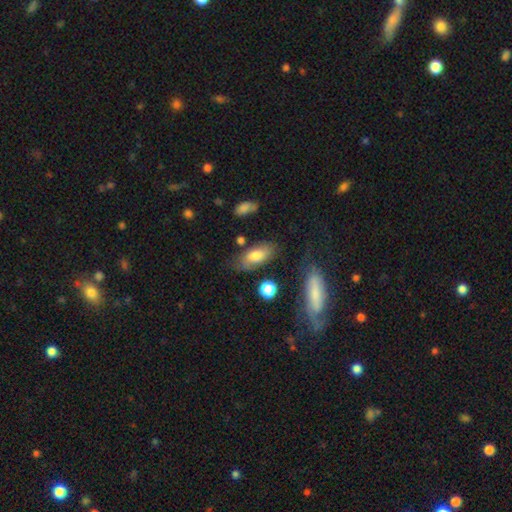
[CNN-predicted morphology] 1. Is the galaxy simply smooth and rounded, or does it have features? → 69% smooth, 22% featured or disk, 9% star or artifact.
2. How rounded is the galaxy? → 84% in between, 12% cigar-shaped, 4% round.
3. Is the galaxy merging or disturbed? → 66% none, 21% minor disturbance, 7% major disturbance, 5% merger.